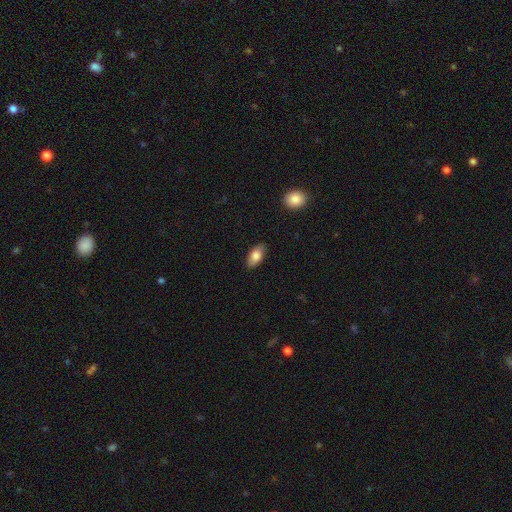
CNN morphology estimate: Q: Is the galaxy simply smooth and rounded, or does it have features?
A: smooth — 82%.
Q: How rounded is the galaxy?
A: in between — 91%.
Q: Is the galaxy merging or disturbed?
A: none — 86%.